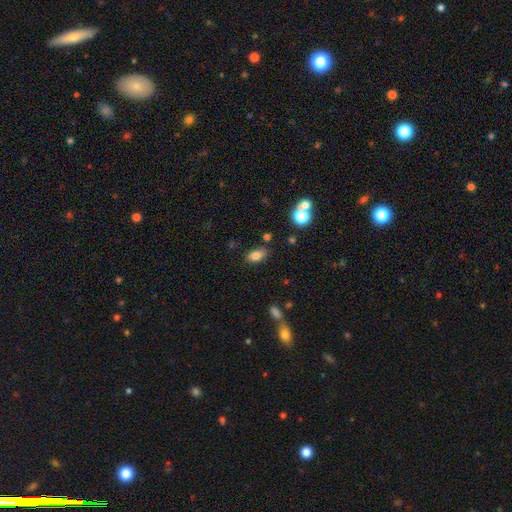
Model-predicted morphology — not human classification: This appears to be a smooth galaxy with no disk features (81%) that is in between round and cigar-shaped (88%). Merging: none (74%).